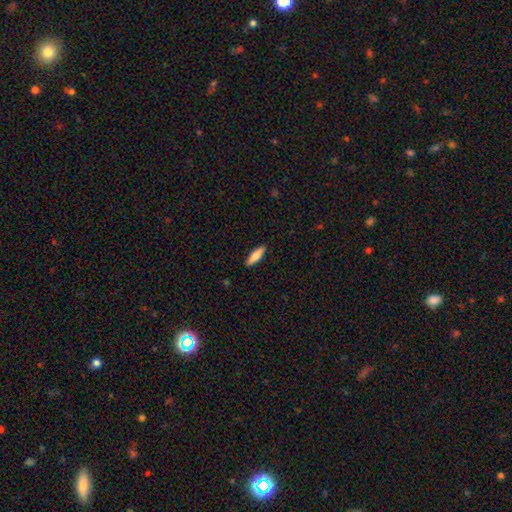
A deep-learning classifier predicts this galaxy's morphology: Overall: smooth (80%). How rounded: cigar-shaped (58%; in between 40%). Merging: none (90%).